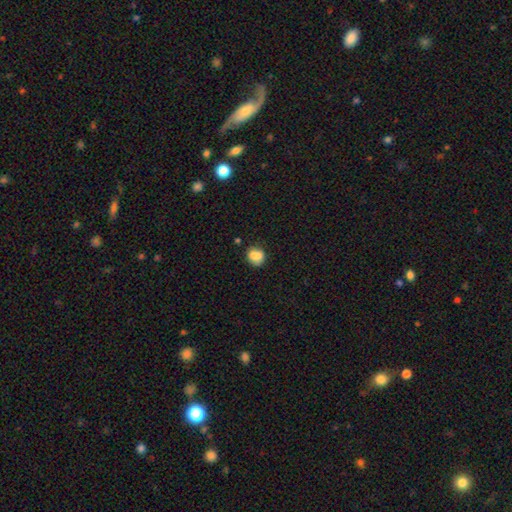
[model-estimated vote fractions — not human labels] This is clearly a smooth galaxy (81%). How rounded: likely round (64%). Merging: likely none (62%).